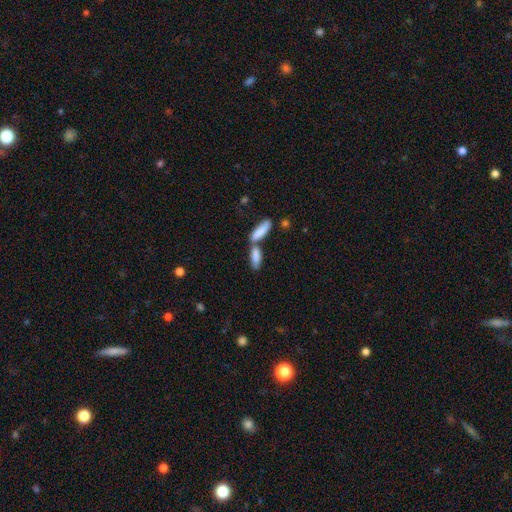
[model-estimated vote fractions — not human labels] The model was most divided on "merging": merger: 54%, none: 34%, minor disturbance: 9%, major disturbance: 4%. More confident: smooth or featured — smooth (81%); how rounded — in between (61%).